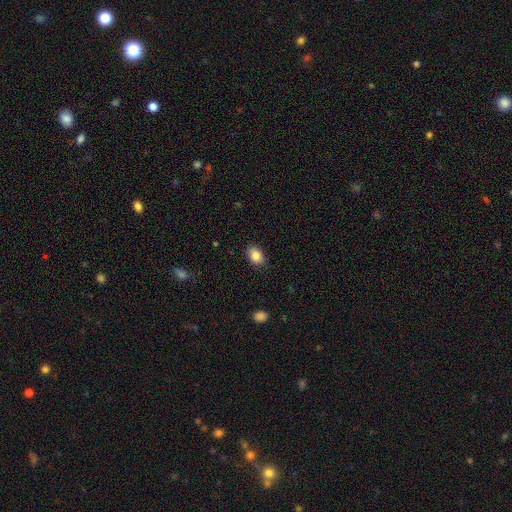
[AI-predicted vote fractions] smooth 85%, star or artifact 8%, featured or disk 6%. Down the decision tree: how rounded — in between (82%); merging — none (87%).